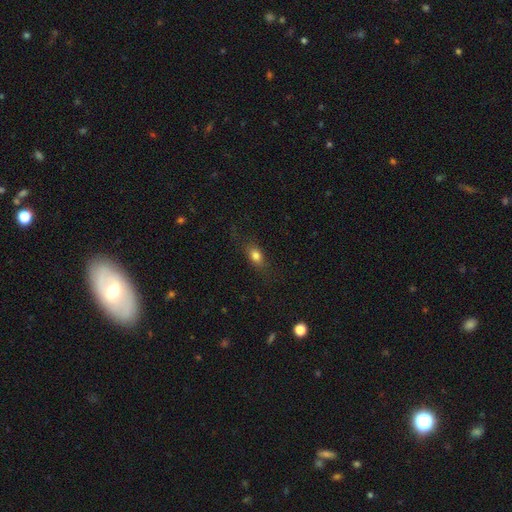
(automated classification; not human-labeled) smooth_or_featured: smooth (p=0.78) [alt: featured or disk p=0.12]
how_rounded: in between (p=0.73) [alt: round p=0.16]
merging: none (p=0.77) [alt: minor disturbance p=0.15]